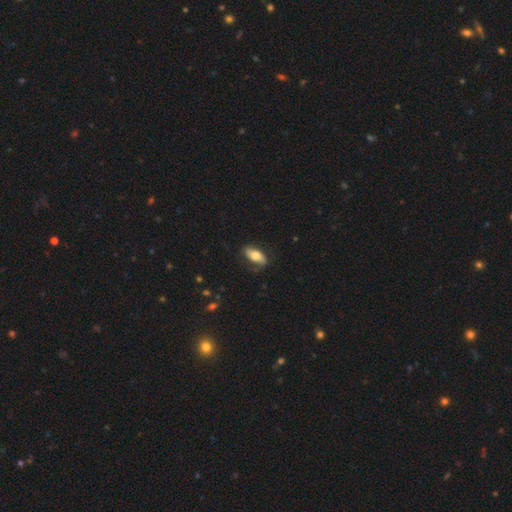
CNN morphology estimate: A smooth galaxy with no disk features (55%) that is in between round and cigar-shaped (85%). Merging: none (75%).